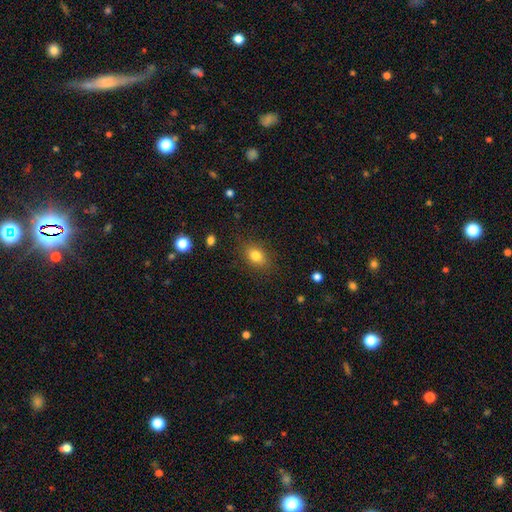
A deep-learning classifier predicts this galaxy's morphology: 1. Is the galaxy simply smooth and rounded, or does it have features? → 82% smooth, 10% star or artifact, 8% featured or disk.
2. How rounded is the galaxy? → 73% in between, 25% round, 2% cigar-shaped.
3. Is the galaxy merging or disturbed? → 85% none, 11% minor disturbance, 3% major disturbance, 1% merger.